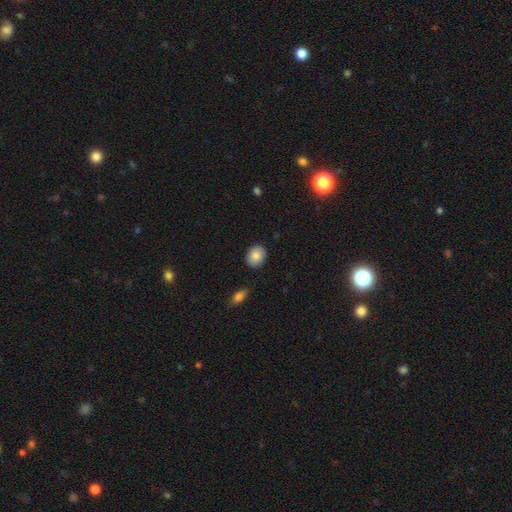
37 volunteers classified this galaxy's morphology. This appears to be a smooth galaxy with no disk features (86%) that is round (75%). Merging: none (94%).